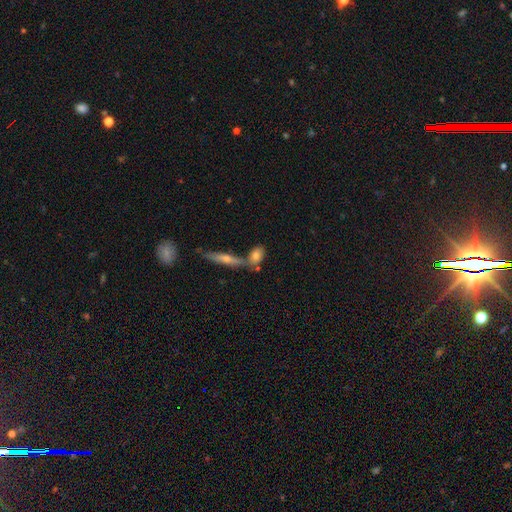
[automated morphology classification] A smooth galaxy with no disk features (73%) that is in between round and cigar-shaped (68%).

Vote fractions:
- Smooth or featured? smooth: 73% / featured or disk: 19% / star or artifact: 7%
- How rounded? in between: 68% / cigar-shaped: 19% / round: 13%
- Merging? none: 52% / merger: 32% / minor disturbance: 12% / major disturbance: 4%